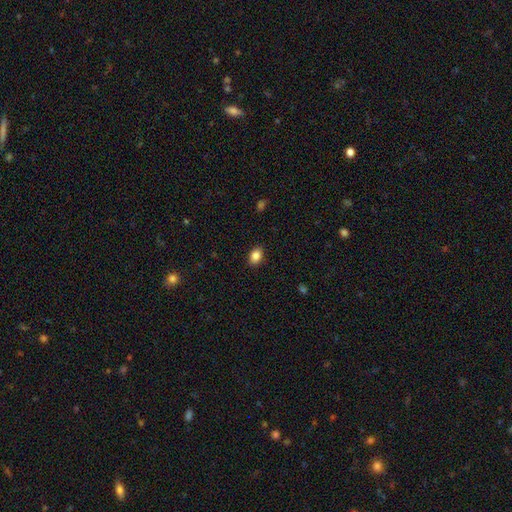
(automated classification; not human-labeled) The model was most divided on "how rounded": in between: 81%, round: 18%, cigar-shaped: 1%. More confident: merging — none (89%); smooth or featured — smooth (87%).